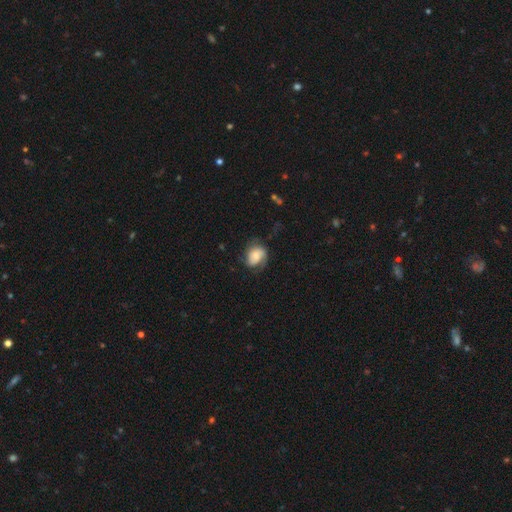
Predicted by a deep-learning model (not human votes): The model was most divided on "smooth or featured": featured or disk: 47%, smooth: 45%, star or artifact: 8%. More confident: merging — none (51%).